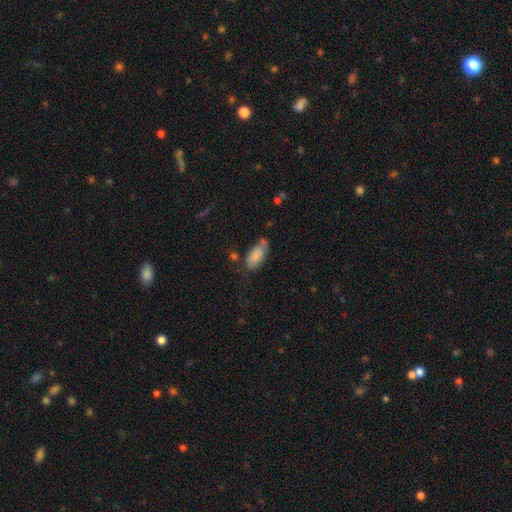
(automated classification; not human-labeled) Overall: smooth (83%). How rounded: in between (92%). Merging: none (55%; minor disturbance 24%).